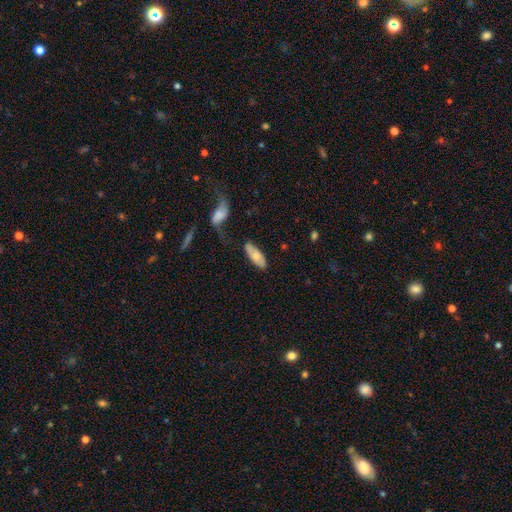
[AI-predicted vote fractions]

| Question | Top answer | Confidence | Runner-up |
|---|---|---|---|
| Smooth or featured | smooth | 67% | featured or disk (27%) |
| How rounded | in between | 75% | cigar-shaped (23%) |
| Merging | none | 65% | minor disturbance (20%) |